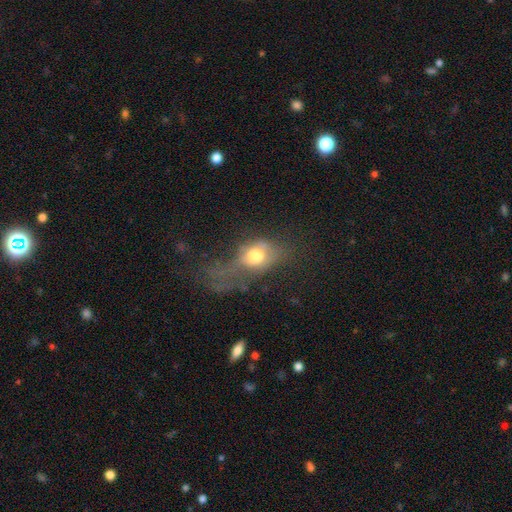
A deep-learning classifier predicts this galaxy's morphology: Smooth or featured? Predicted: smooth (p=0.58). How rounded? Predicted: in between (p=0.63). Merging? Predicted: major disturbance (p=0.56).